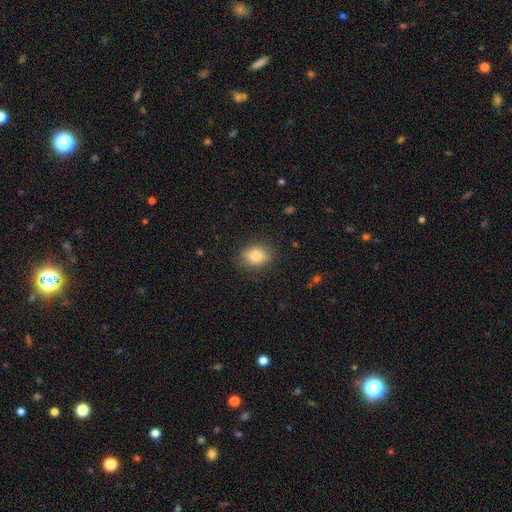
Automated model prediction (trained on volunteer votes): smooth-or-featured: smooth: 81% | featured or disk: 11% | star or artifact: 9%
  how-rounded: in between: 63% | round: 36% | cigar-shaped: 2%
  merging: none: 83% | minor disturbance: 13% | major disturbance: 3% | merger: 1%